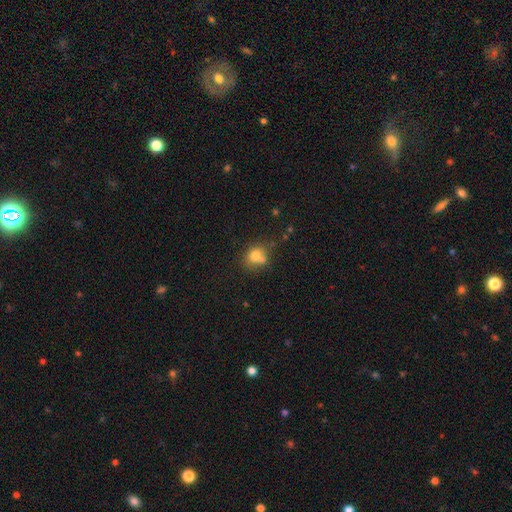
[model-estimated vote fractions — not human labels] Smooth or featured: smooth — 74% (featured or disk — 13%)
How rounded: round — 69% (in between — 29%)
Merging: none — 47% (merger — 30%)